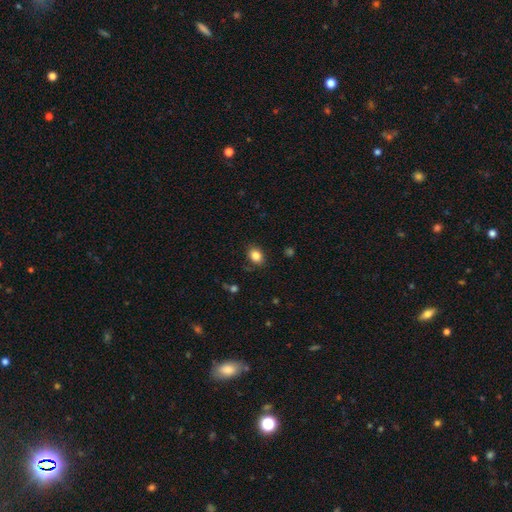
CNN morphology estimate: smooth-or-featured: smooth: 85% | star or artifact: 10% | featured or disk: 5%
  how-rounded: in between: 62% | round: 37% | cigar-shaped: 1%
  merging: none: 84% | minor disturbance: 12% | major disturbance: 3% | merger: 1%